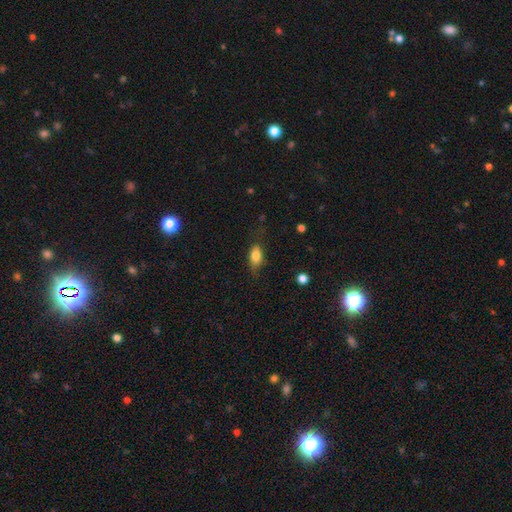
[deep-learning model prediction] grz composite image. It shows a smooth galaxy with no disk features (79%) that is in between round and cigar-shaped (84%). Merging: none (66%).